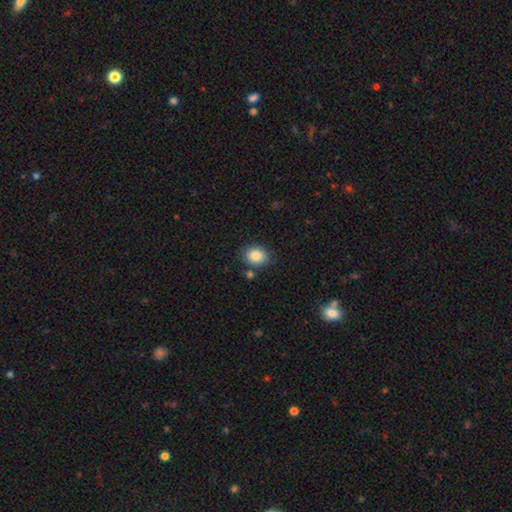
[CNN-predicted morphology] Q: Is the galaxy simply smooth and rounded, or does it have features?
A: smooth — 86%.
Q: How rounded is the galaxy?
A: round — 56%.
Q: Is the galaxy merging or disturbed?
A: none — 82%.